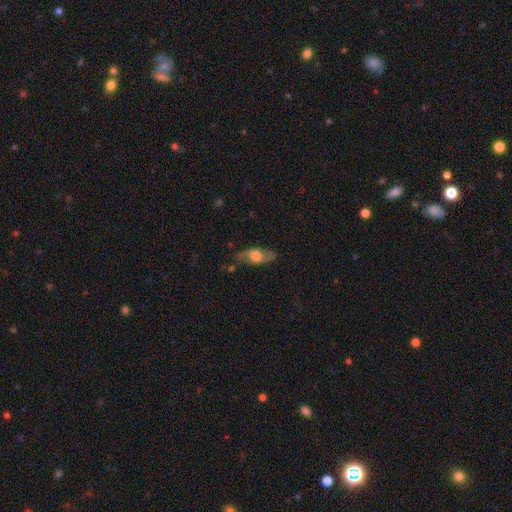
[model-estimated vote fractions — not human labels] A featured or disk galaxy (56%). Merging: none (72%).